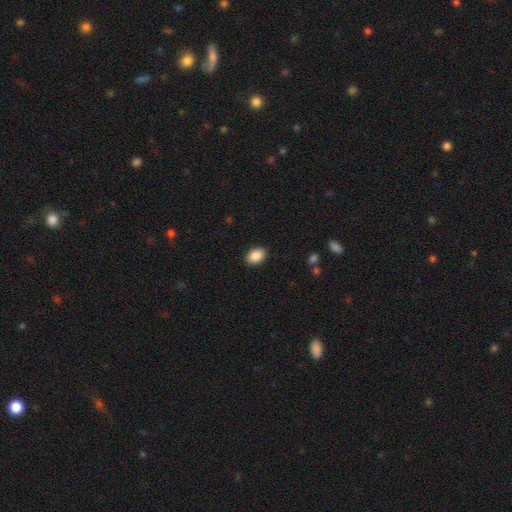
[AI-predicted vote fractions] Smooth or featured? smooth (88%)
How rounded? in between (80%)
Merging? none (89%)